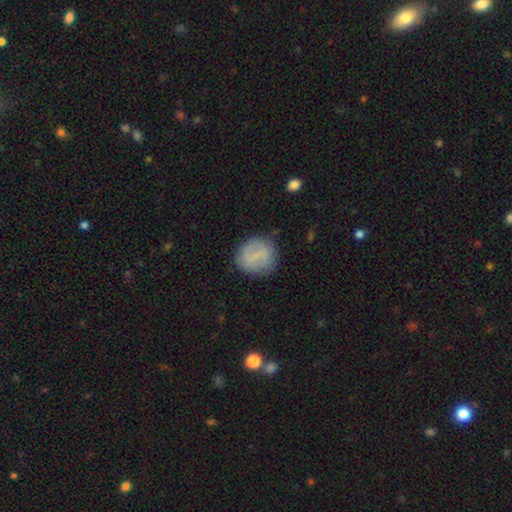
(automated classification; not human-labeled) smooth_or_featured: smooth (p=0.59) [alt: featured or disk p=0.34]
how_rounded: round (p=0.83) [alt: in between p=0.16]
merging: none (p=0.81) [alt: minor disturbance p=0.13]